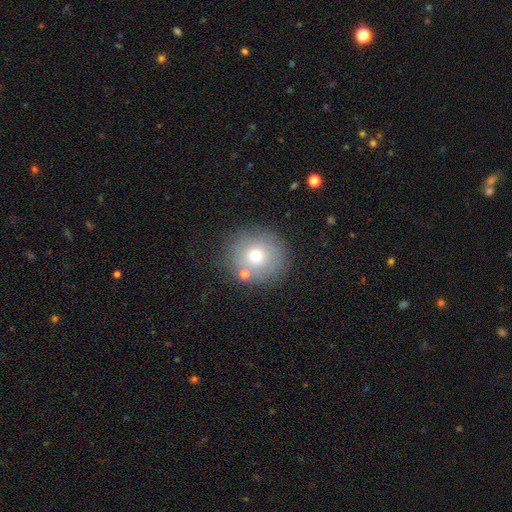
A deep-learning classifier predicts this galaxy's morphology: smooth-or-featured: smooth: 64% | featured or disk: 23% | star or artifact: 13%
  how-rounded: round: 92% | in between: 7% | cigar-shaped: 1%
  merging: none: 78% | minor disturbance: 11% | merger: 7% | major disturbance: 4%